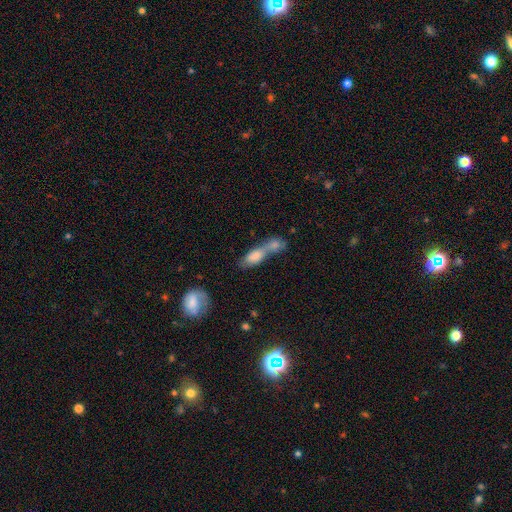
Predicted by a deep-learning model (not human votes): Smooth or featured: smooth — 75% (featured or disk — 17%)
How rounded: in between — 67% (cigar-shaped — 28%)
Merging: merger — 75% (none — 13%)